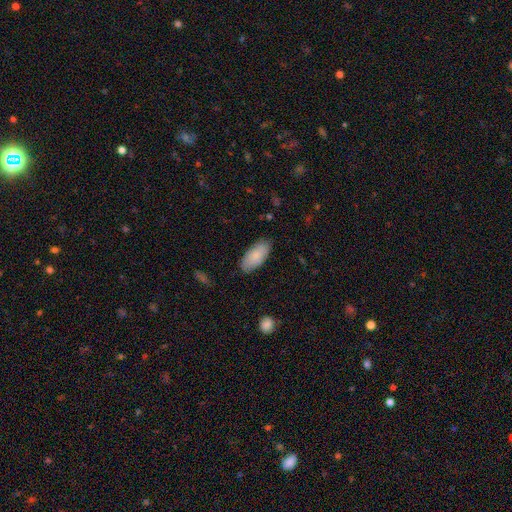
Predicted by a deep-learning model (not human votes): smooth-or-featured: smooth: 83% | featured or disk: 11% | star or artifact: 6%
  how-rounded: in between: 90% | cigar-shaped: 8% | round: 2%
  merging: none: 84% | minor disturbance: 13% | major disturbance: 2% | merger: 1%